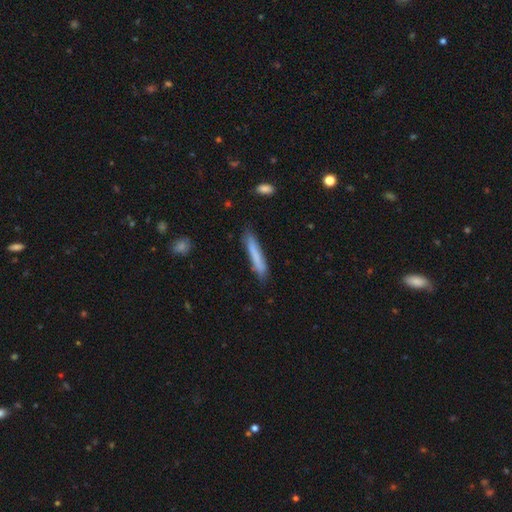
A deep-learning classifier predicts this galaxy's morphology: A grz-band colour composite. It shows a smooth galaxy with no disk features (75%) that is cigar-shaped (94%). Merging: none (83%).